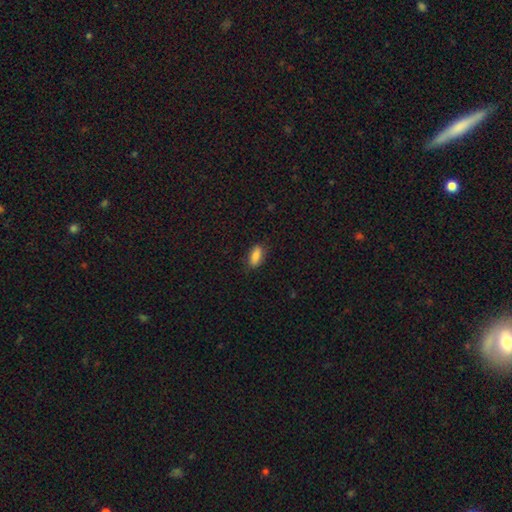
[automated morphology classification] Overall: smooth (85%). How rounded: in between (83%). Merging: none (81%).